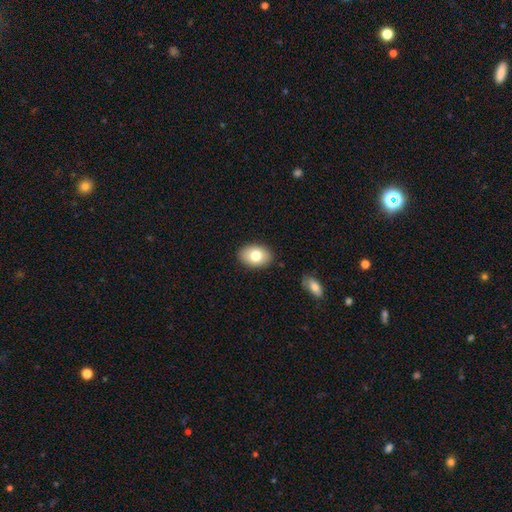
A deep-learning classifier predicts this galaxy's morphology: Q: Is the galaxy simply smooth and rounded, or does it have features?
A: smooth — 78%.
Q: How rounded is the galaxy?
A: in between — 83%.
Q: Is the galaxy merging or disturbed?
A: none — 88%.